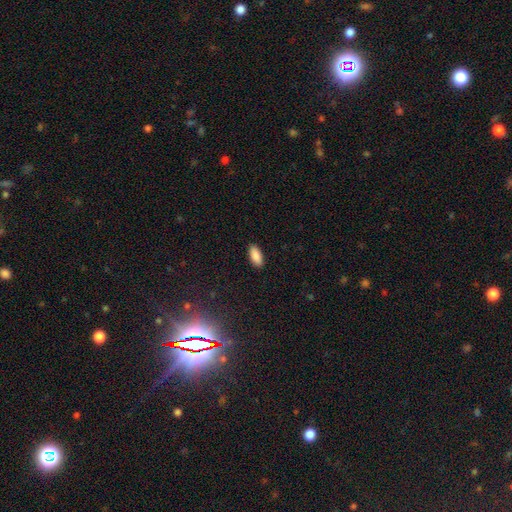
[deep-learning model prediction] Overall: smooth (89%). How rounded: in between (86%). Merging: none (89%).